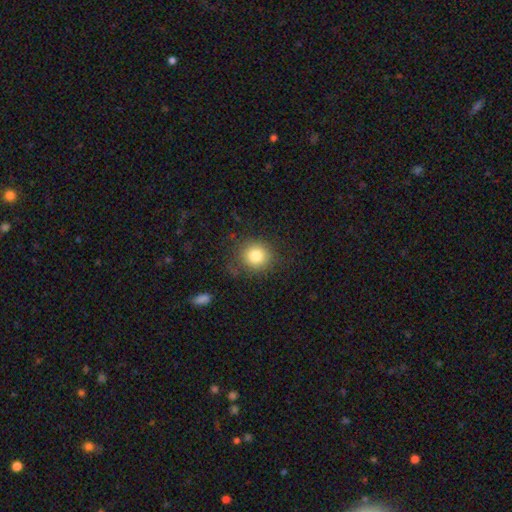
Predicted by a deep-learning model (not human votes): Smooth or featured: smooth — 81% (star or artifact — 11%)
How rounded: round — 90% (in between — 9%)
Merging: none — 83% (minor disturbance — 11%)